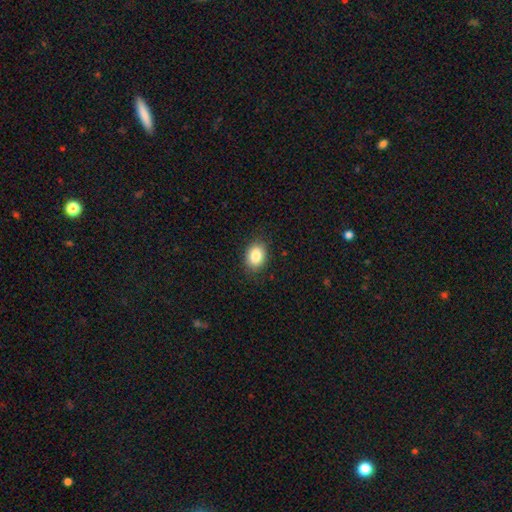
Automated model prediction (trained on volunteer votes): Q: Smooth or featured?
A: smooth (86%); runner-up: star or artifact (8%)
Q: How rounded?
A: in between (69%); runner-up: round (30%)
Q: Merging?
A: none (87%); runner-up: minor disturbance (10%)